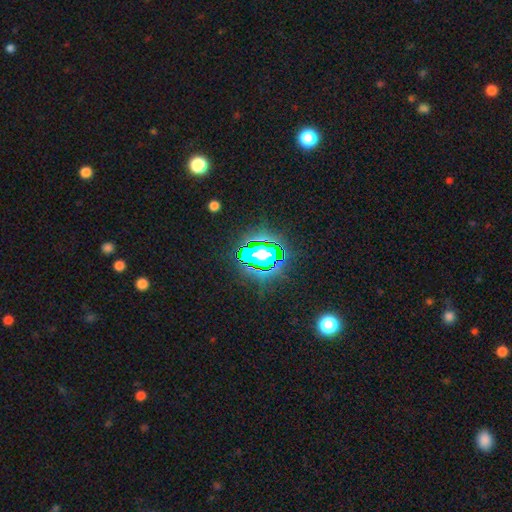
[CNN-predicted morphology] A star or artifact, not a galaxy (79%).